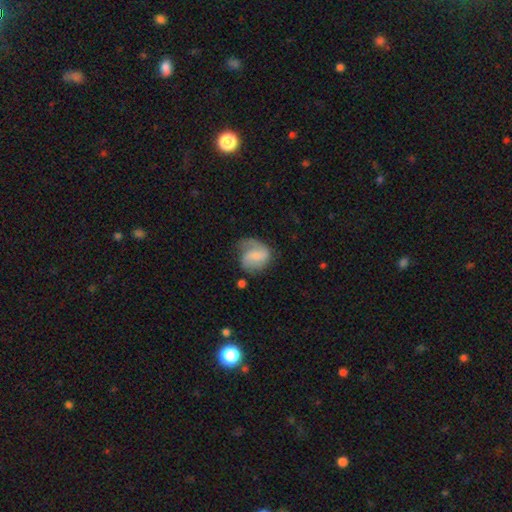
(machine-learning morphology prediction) A featured or disk galaxy (58%) with a weak bar (47%), spiral arms (87%) and a small central bulge (51%). Merging: none (48%).